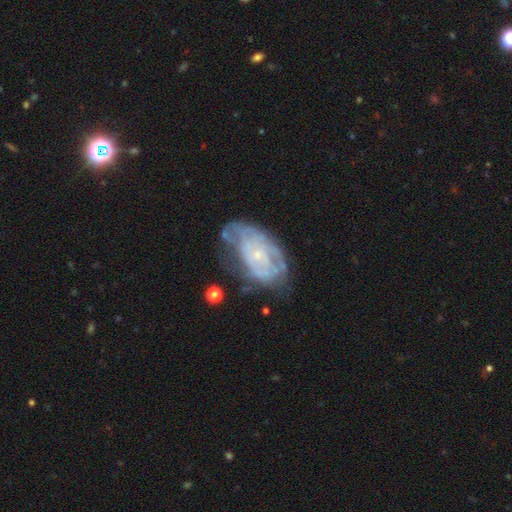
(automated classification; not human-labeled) Smooth or featured? Predicted: featured or disk (p=0.71). Edge-on disk? Predicted: no (p=0.95). Bar? Predicted: no (p=0.68). Spiral arms? Predicted: yes (p=0.82). Spiral winding? Predicted: tight (p=0.63). Spiral arm count? Predicted: can't tell (p=0.50). Bulge size? Predicted: small (p=0.74). Merging? Predicted: none (p=0.59).